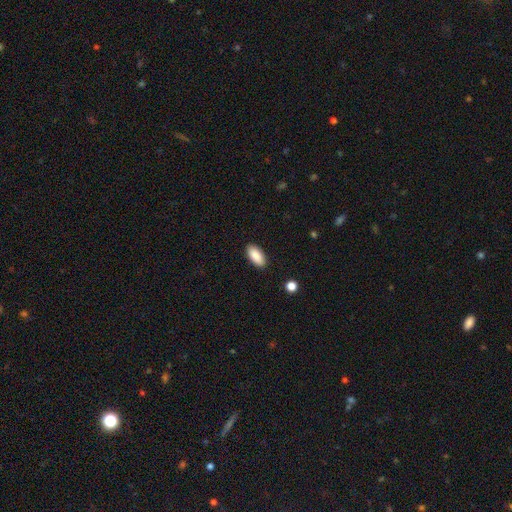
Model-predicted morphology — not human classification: Overall: smooth (89%). How rounded: in between (91%). Merging: none (89%).